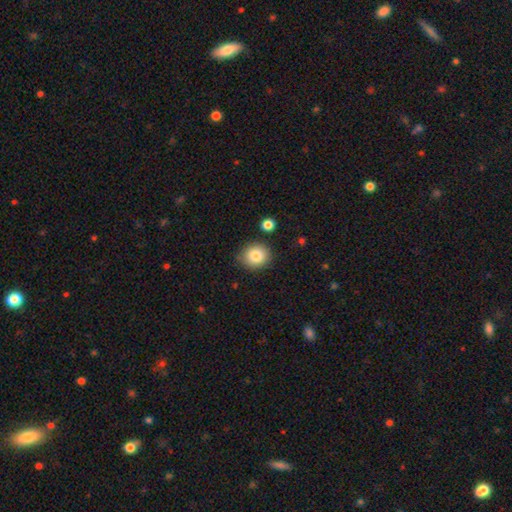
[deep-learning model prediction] Smooth or featured? Predicted: smooth (p=0.83). How rounded? Predicted: round (p=0.76). Merging? Predicted: none (p=0.85).